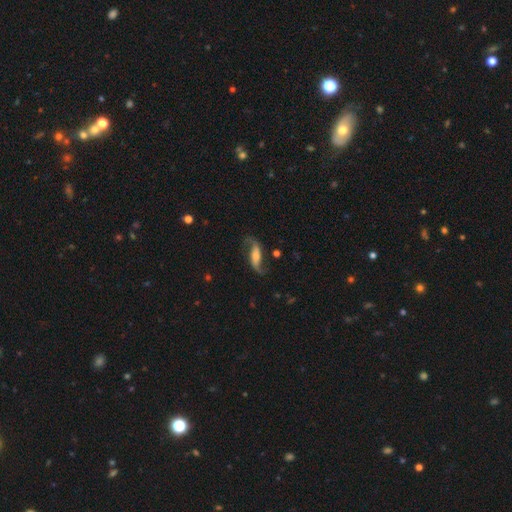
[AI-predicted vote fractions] featured or disk 83%, smooth 11%, star or artifact 6%. Down the decision tree: edge-on disk — no (91%); bar — no (34%); spiral arms — yes (96%); spiral arm count — 2 (93%); spiral winding — loose (83%); bulge size — moderate (41%); merging — none (75%).